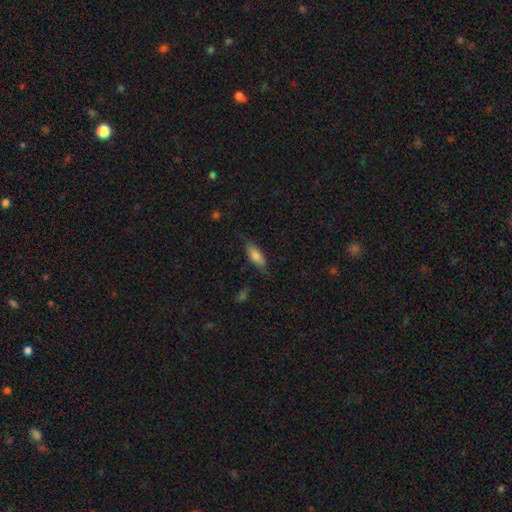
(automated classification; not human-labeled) Q: Smooth or featured?
A: smooth (78%); runner-up: featured or disk (15%)
Q: How rounded?
A: in between (77%); runner-up: cigar-shaped (21%)
Q: Merging?
A: none (71%); runner-up: minor disturbance (22%)